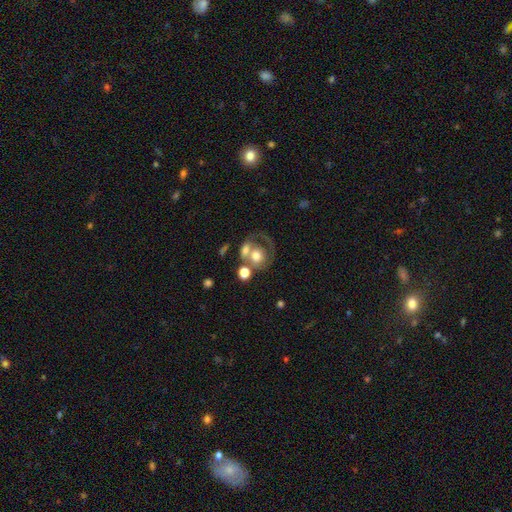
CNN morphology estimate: smooth-or-featured: smooth: 49% | featured or disk: 41% | star or artifact: 10%
  merging: merger: 41% | none: 29% | major disturbance: 18% | minor disturbance: 12%